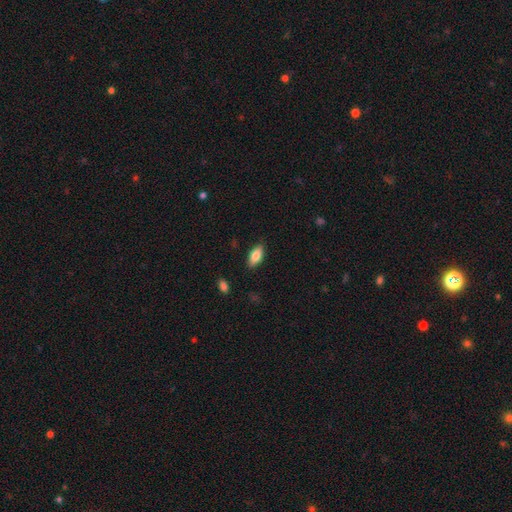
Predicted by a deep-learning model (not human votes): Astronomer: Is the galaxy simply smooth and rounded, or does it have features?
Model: smooth — 79%.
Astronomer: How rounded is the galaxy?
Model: in between — 86%.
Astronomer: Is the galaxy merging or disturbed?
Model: none — 86%.